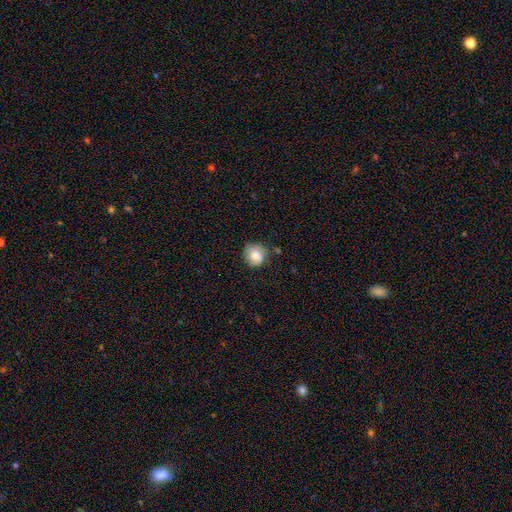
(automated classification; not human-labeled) Q: Smooth or featured?
A: smooth (76%); runner-up: featured or disk (16%)
Q: How rounded?
A: round (81%); runner-up: in between (18%)
Q: Merging?
A: none (62%); runner-up: minor disturbance (27%)